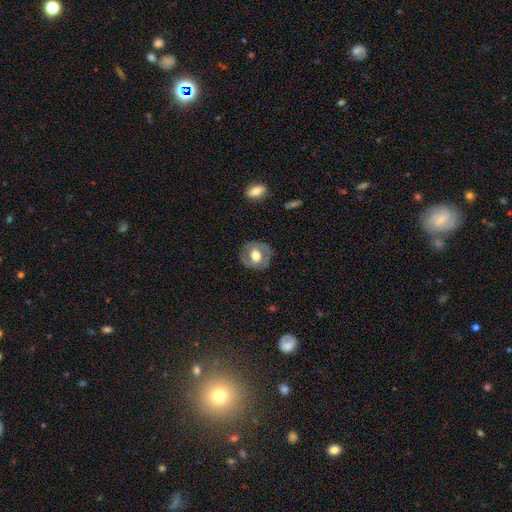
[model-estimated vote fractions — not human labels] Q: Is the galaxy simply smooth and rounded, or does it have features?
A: featured or disk — 55%.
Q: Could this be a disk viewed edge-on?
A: no — 95%.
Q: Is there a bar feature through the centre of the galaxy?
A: no — 58%.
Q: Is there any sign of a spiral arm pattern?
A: no — 54%.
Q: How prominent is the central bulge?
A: moderate — 52%.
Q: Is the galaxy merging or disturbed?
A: none — 79%.